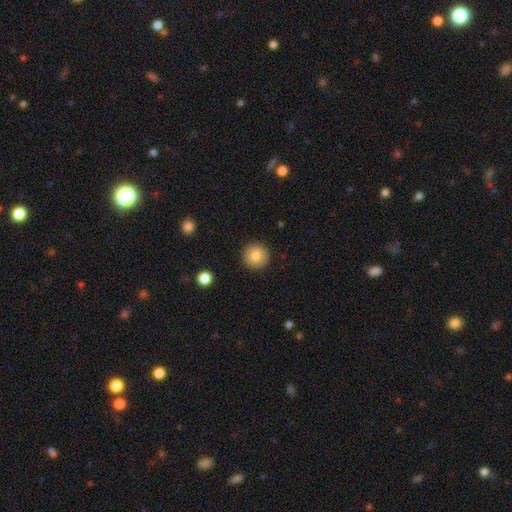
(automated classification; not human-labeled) Smooth or featured: smooth — 83% (star or artifact — 9%)
How rounded: round — 95% (in between — 4%)
Merging: none — 92% (minor disturbance — 6%)